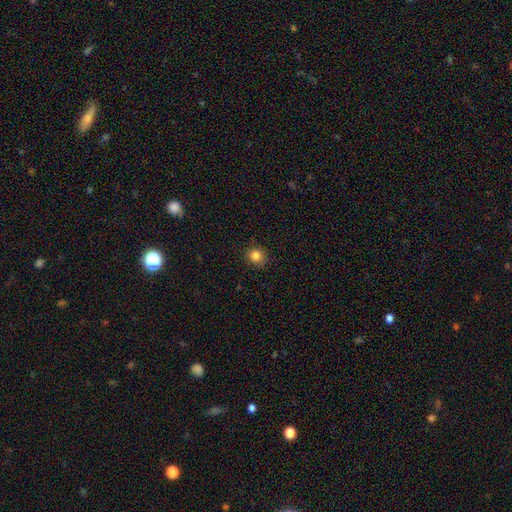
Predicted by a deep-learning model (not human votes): Smooth or featured? Predicted: smooth (p=0.84). How rounded? Predicted: round (p=0.85). Merging? Predicted: none (p=0.86).